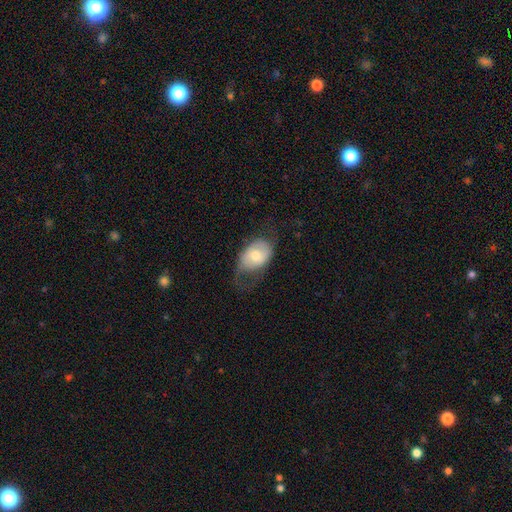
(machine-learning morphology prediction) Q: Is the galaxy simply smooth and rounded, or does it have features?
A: smooth — 52%.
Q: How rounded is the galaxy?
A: in between — 81%.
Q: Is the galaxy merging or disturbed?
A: none — 40%.